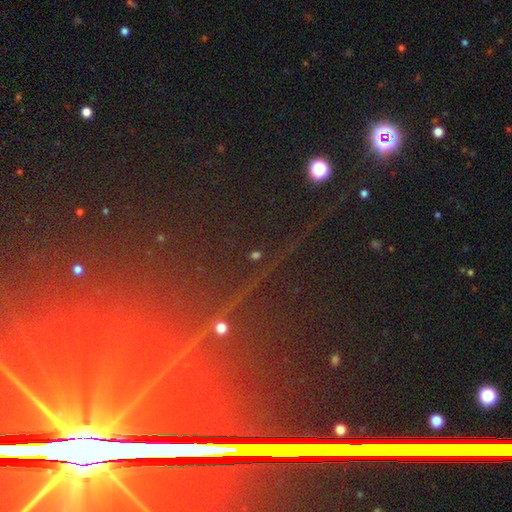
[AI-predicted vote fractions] smooth-or-featured: star or artifact: 78% | smooth: 12% | featured or disk: 10%